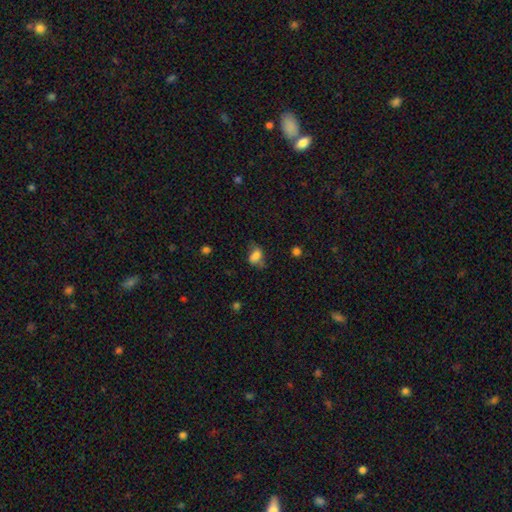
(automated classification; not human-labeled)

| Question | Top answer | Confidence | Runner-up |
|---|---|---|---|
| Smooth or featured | smooth | 74% | featured or disk (15%) |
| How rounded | in between | 77% | round (21%) |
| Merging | none | 47% | minor disturbance (30%) |